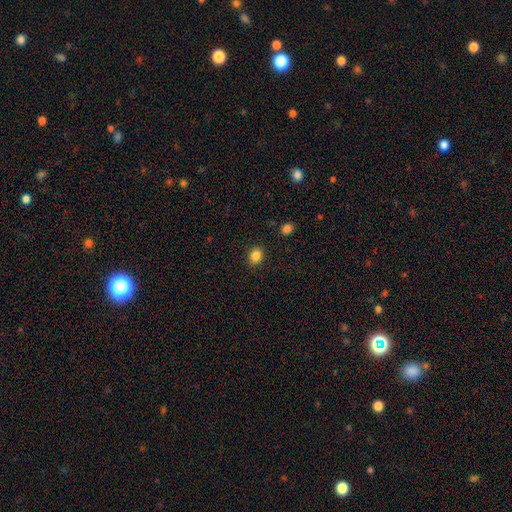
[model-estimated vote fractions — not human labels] Overall: smooth (86%). How rounded: round (56%; in between 43%). Merging: none (89%).